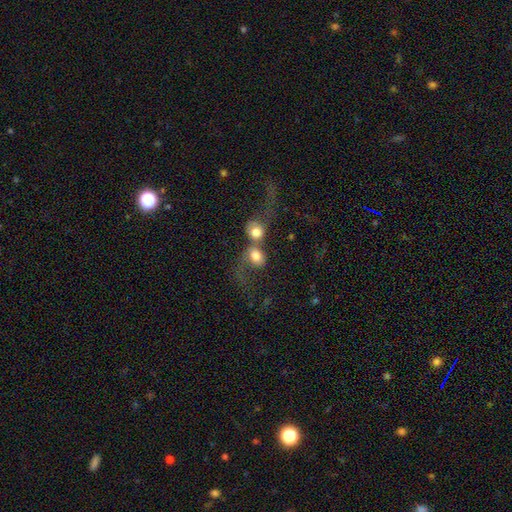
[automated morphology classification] Q: Smooth or featured?
A: smooth (66%); runner-up: featured or disk (24%)
Q: How rounded?
A: round (62%); runner-up: in between (36%)
Q: Merging?
A: merger (75%); runner-up: major disturbance (11%)